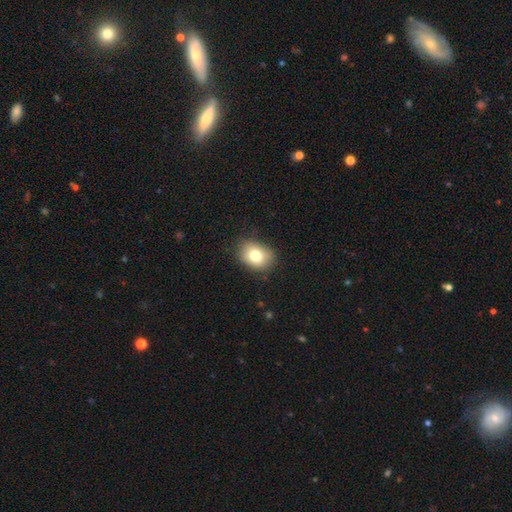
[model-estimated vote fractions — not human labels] A smooth galaxy with no disk features (78%) that is in between round and cigar-shaped (62%).

Vote fractions:
- Smooth or featured? smooth: 78% / featured or disk: 12% / star or artifact: 10%
- How rounded? in between: 62% / round: 37% / cigar-shaped: 1%
- Merging? none: 83% / minor disturbance: 13% / major disturbance: 3% / merger: 1%